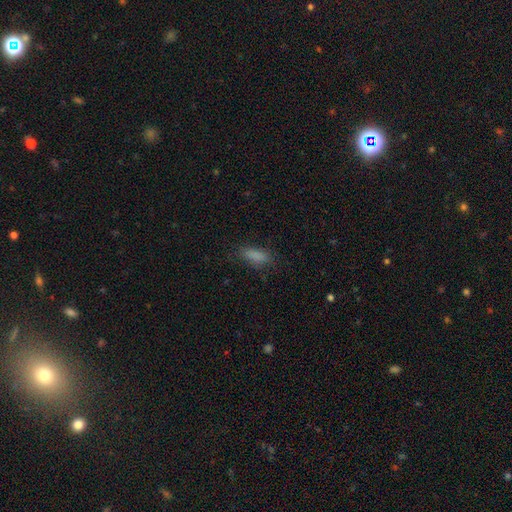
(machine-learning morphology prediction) smooth_or_featured: smooth (p=0.84) [alt: star or artifact p=0.10]
how_rounded: in between (p=0.68) [alt: cigar-shaped p=0.29]
merging: none (p=0.76) [alt: minor disturbance p=0.16]